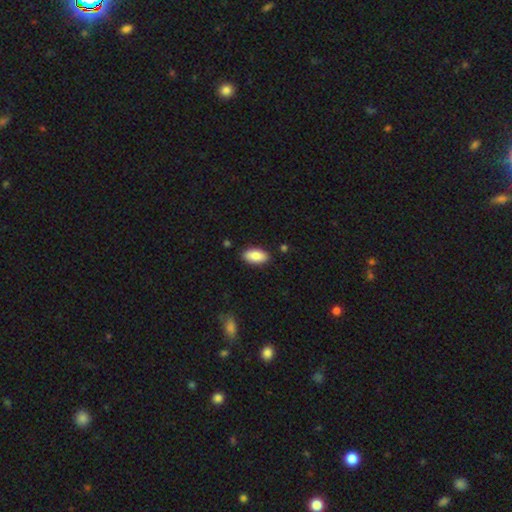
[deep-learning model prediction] Smooth or featured? Predicted: smooth (p=0.85). How rounded? Predicted: in between (p=0.92). Merging? Predicted: none (p=0.87).